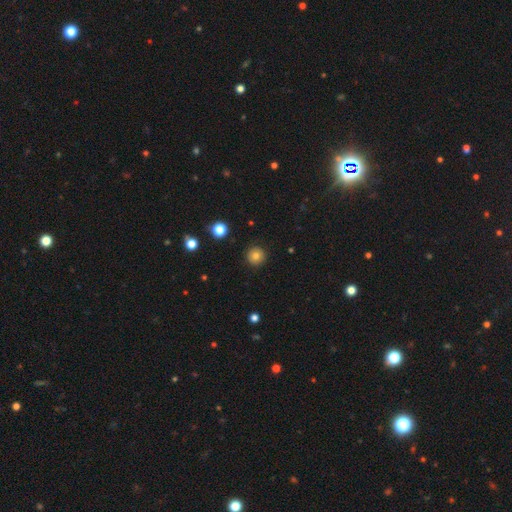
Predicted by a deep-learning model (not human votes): A smooth galaxy with no disk features (79%) that is round (96%). Merging: none (91%).